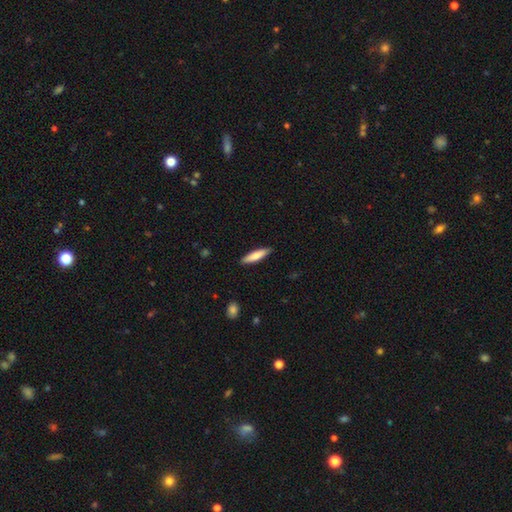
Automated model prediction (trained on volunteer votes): Smooth or featured? smooth (73%)
How rounded? cigar-shaped (79%)
Merging? none (89%)